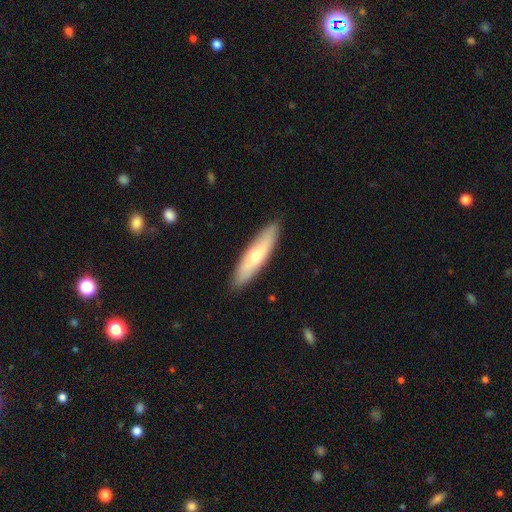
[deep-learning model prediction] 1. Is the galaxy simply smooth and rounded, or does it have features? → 56% smooth, 39% featured or disk, 5% star or artifact.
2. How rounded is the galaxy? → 72% cigar-shaped, 26% in between, 2% round.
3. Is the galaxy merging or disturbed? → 90% none, 8% minor disturbance, 2% major disturbance, 1% merger.